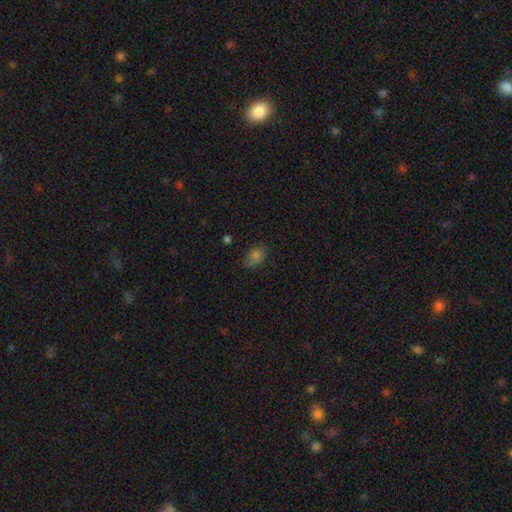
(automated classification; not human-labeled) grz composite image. It shows a smooth galaxy with no disk features (72%) that is in between round and cigar-shaped (81%). Merging: none (73%).